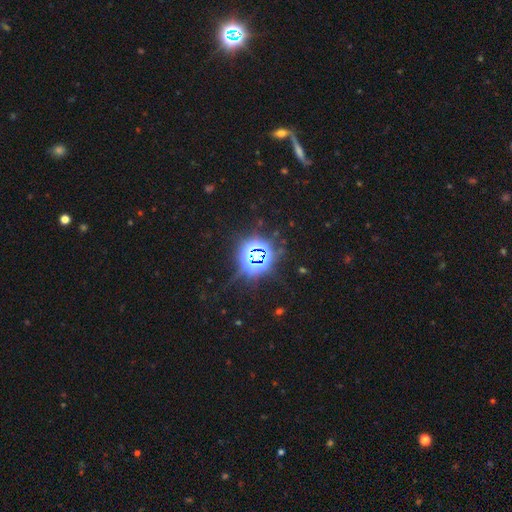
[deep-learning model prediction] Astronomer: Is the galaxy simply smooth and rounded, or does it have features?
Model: star or artifact — 81%.